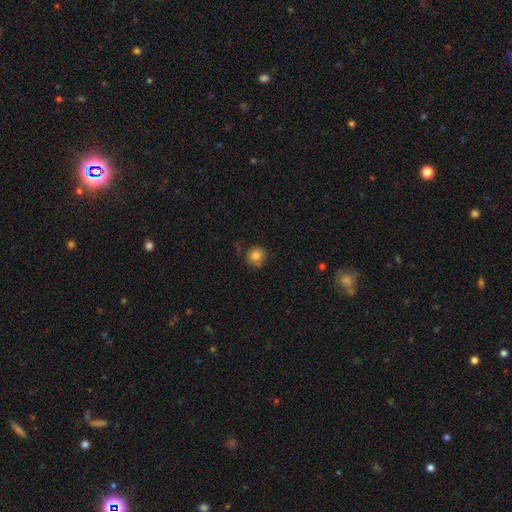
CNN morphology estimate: type=smooth (80%); roundness=round (87%); merging=none (70%).